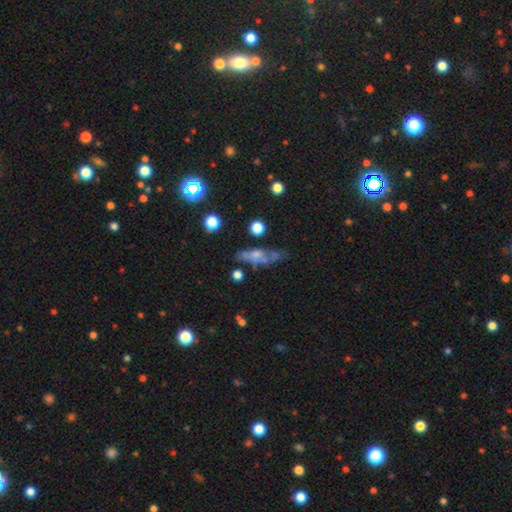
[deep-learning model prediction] Smooth or featured? Predicted: smooth (p=0.49). Merging? Predicted: none (p=0.45).